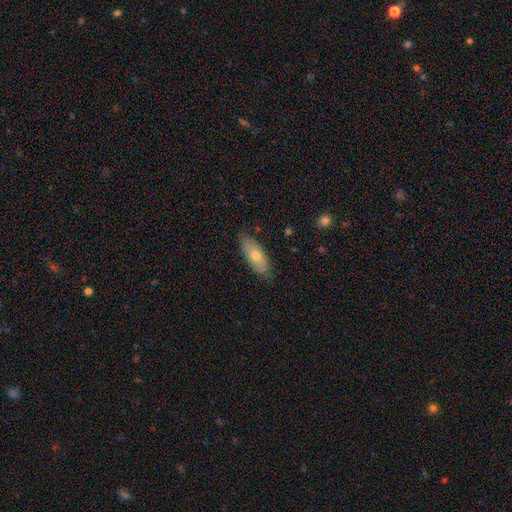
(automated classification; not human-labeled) smooth 64%, featured or disk 30%, star or artifact 6%. Down the decision tree: how rounded — in between (79%); merging — none (80%).